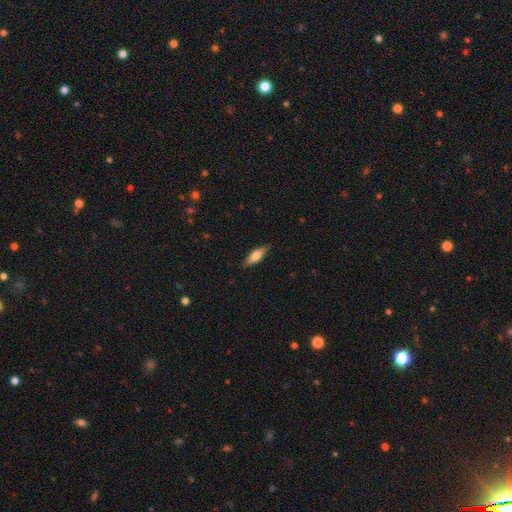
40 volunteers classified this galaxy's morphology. Smooth or featured: smooth — 72% (featured or disk — 22%)
How rounded: in between — 55% (cigar-shaped — 38%)
Merging: none — 76% (minor disturbance — 16%)